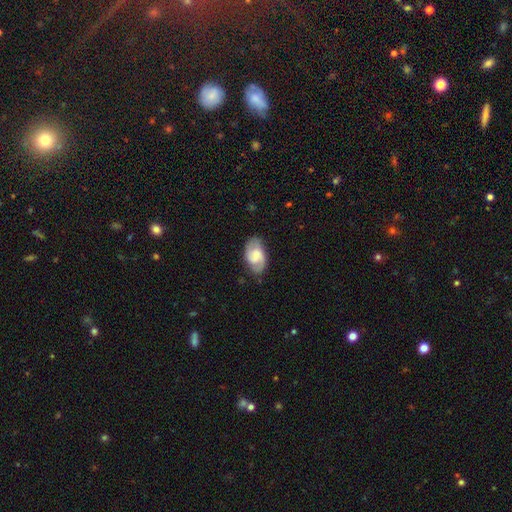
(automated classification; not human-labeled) Smooth or featured: featured or disk — 56% (smooth — 37%)
Edge-on disk: no — 96% (yes — 4%)
Bar: weak — 45% (no — 44%)
Spiral arms: yes — 88% (no — 12%)
Bulge size: moderate — 30% (tied with small — 30%)
Merging: none — 75% (minor disturbance — 19%)